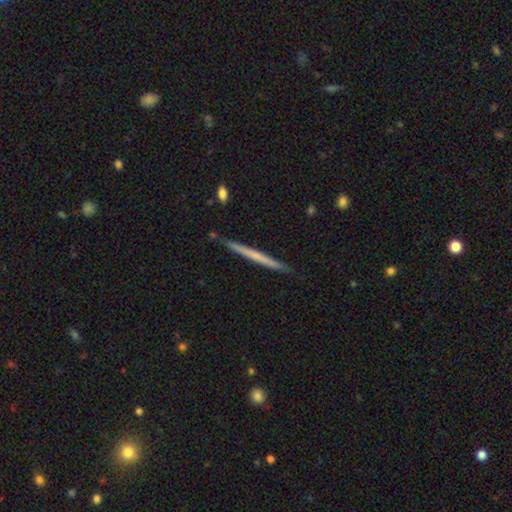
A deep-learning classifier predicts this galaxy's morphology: The model was most divided on "smooth or featured": featured or disk: 54%, smooth: 41%, star or artifact: 6%. More confident: edge-on disk — yes (98%); merging — none (90%); edge-on bulge — none (81%).